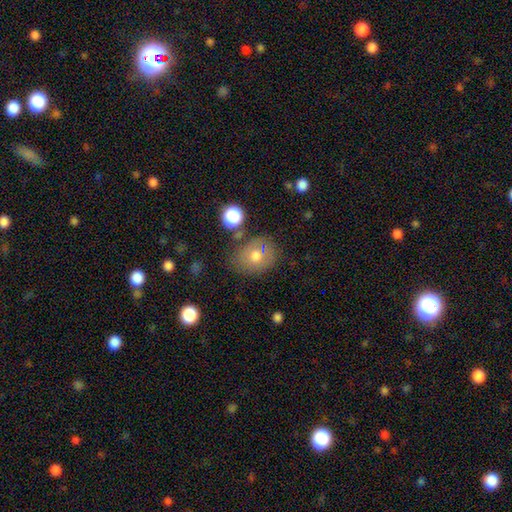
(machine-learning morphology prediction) A smooth galaxy with no disk features (68%) that is round (50%). Merging: none (68%).